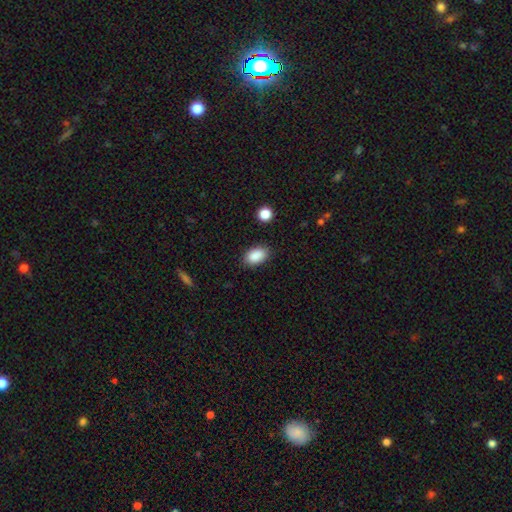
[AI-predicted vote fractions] Q: Smooth or featured?
A: smooth (89%); runner-up: star or artifact (8%)
Q: How rounded?
A: in between (90%); runner-up: round (9%)
Q: Merging?
A: none (85%); runner-up: minor disturbance (11%)